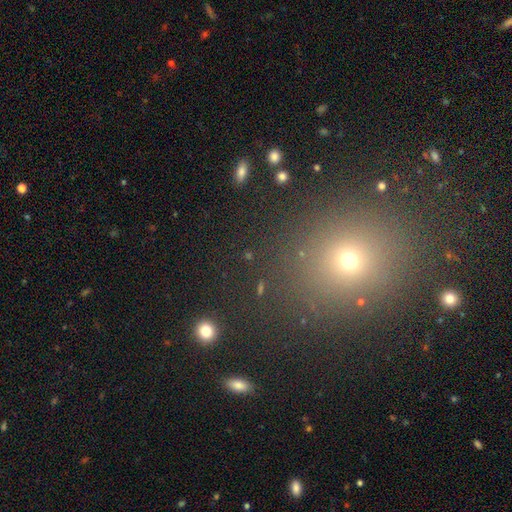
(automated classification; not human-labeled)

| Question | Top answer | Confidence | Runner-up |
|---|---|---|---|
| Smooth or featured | smooth | 54% | star or artifact (37%) |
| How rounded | round | 68% | in between (30%) |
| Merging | none | 87% | minor disturbance (7%) |